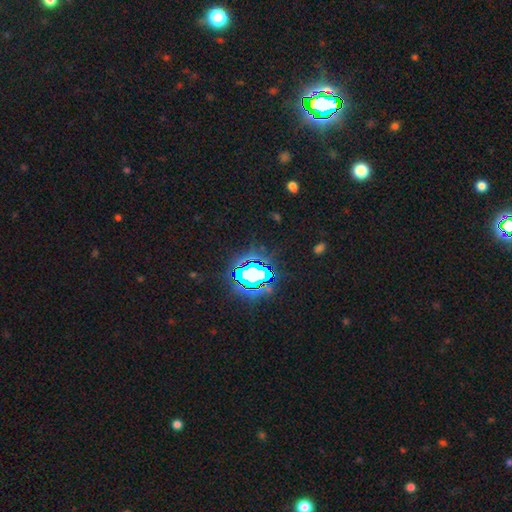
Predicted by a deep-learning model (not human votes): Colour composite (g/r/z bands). It shows a star or artifact, not a galaxy (81%).